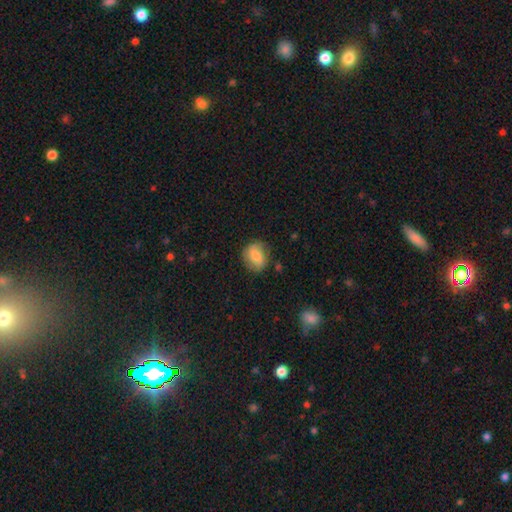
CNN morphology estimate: A smooth galaxy with no disk features (75%) that is round (60%). Merging: none (75%).